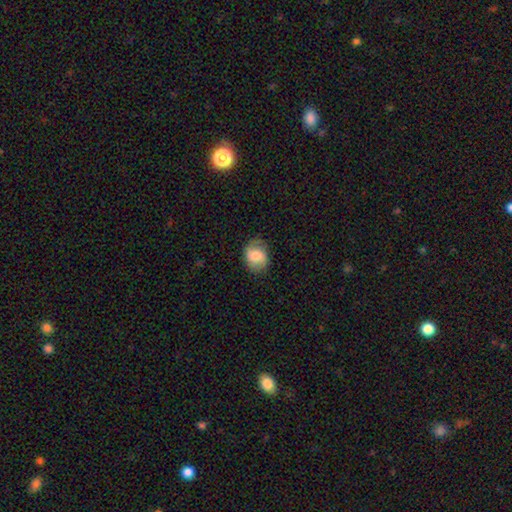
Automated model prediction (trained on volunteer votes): Smooth or featured? Predicted: smooth (p=0.64). How rounded? Predicted: in between (p=0.53). Merging? Predicted: none (p=0.77).